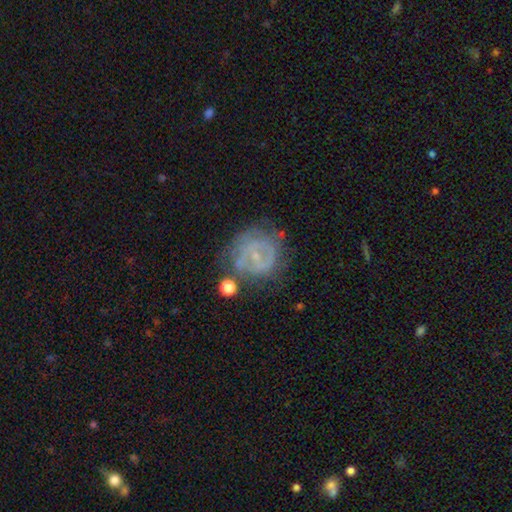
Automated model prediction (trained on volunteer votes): Smooth or featured? featured or disk (67%)
Edge-on disk? no (97%)
Bar? no (50%)
Spiral arms? yes (73%)
Bulge size? small (75%)
Merging? none (63%)